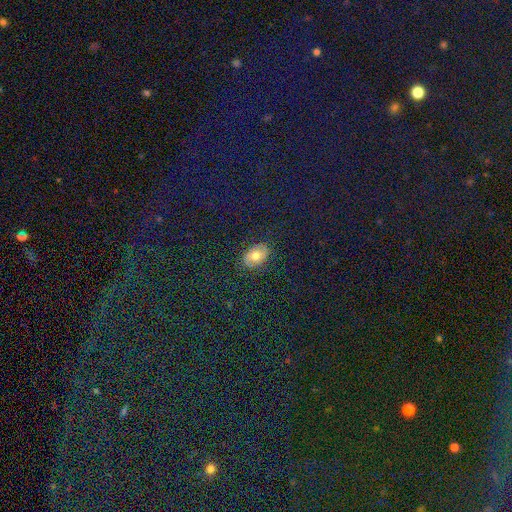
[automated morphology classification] Smooth or featured? smooth (57%)
How rounded? in between (85%)
Merging? none (87%)